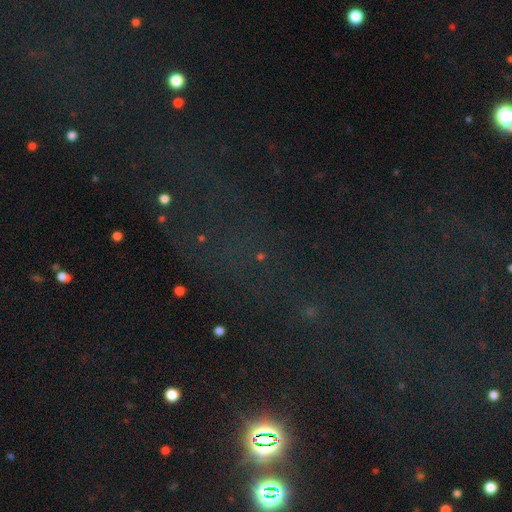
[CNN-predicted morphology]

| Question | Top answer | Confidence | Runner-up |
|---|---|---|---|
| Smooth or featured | star or artifact | 72% | smooth (17%) |